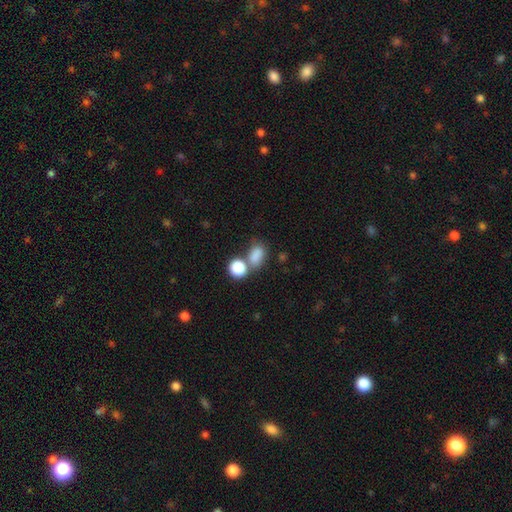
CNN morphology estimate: Overall: smooth (82%). How rounded: in between (69%). Merging: none (46%; merger 34%).